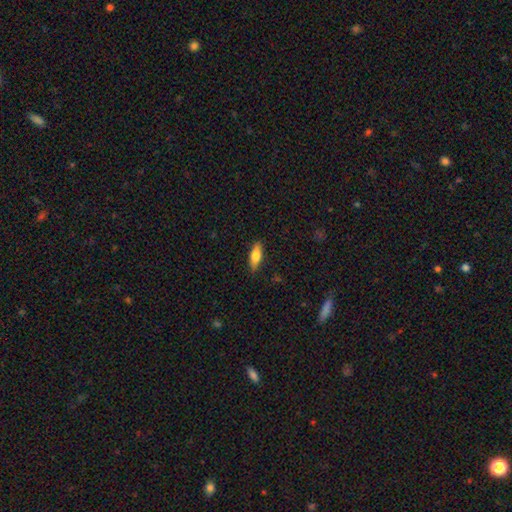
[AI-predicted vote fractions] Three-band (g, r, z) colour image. It shows a smooth galaxy with no disk features (71%) that is in between round and cigar-shaped (60%). Merging: none (87%).